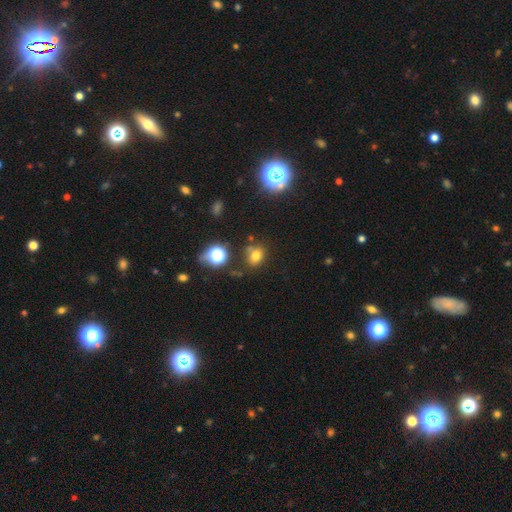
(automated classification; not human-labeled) smooth_or_featured: smooth (p=0.71) [alt: star or artifact p=0.20]
how_rounded: round (p=0.52) [alt: in between p=0.47]
merging: none (p=0.68) [alt: minor disturbance p=0.17]